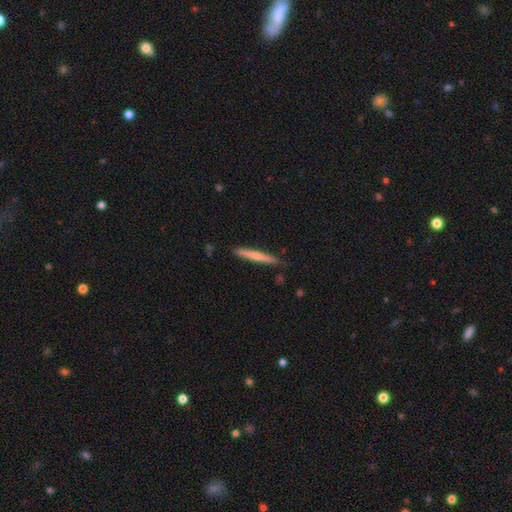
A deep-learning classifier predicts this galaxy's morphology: smooth_or_featured: smooth (p=0.62) [alt: featured or disk p=0.33]
how_rounded: cigar-shaped (p=0.96) [alt: in between p=0.03]
merging: none (p=0.87) [alt: minor disturbance p=0.10]